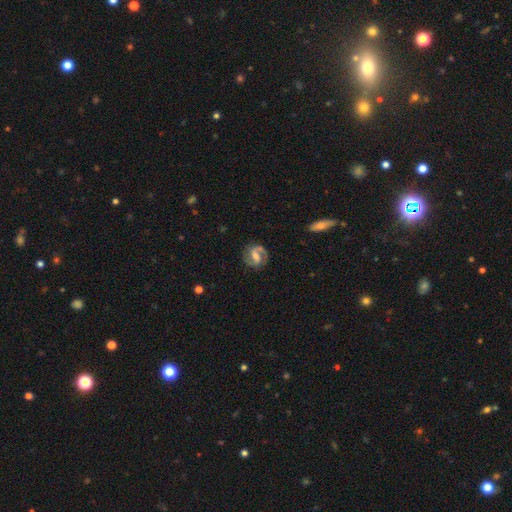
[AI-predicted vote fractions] A featured or disk galaxy (84%) with a weak bar (50%), 2 (88%) medium (53%) spiral arms (96%) and a moderate central bulge (49%). Merging: none (79%).